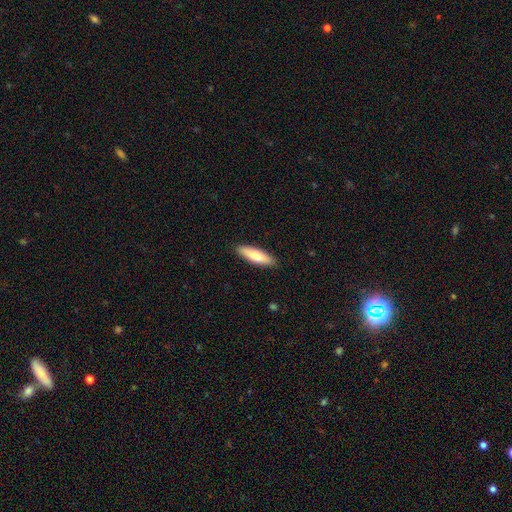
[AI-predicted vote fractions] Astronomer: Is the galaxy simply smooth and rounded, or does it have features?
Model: smooth — 77%.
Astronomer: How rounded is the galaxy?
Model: cigar-shaped — 64%.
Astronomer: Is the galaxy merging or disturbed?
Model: none — 89%.